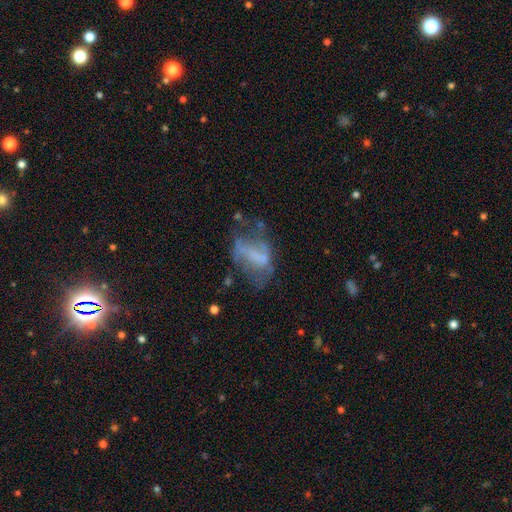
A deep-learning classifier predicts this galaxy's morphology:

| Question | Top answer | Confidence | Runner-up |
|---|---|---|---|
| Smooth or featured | featured or disk | 57% | smooth (30%) |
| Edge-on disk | no | 96% | yes (4%) |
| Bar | no | 49% | weak (30%) |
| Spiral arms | no | 66% | yes (34%) |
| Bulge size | none | 63% | small (16%) |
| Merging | major disturbance | 38% | none (32%) |